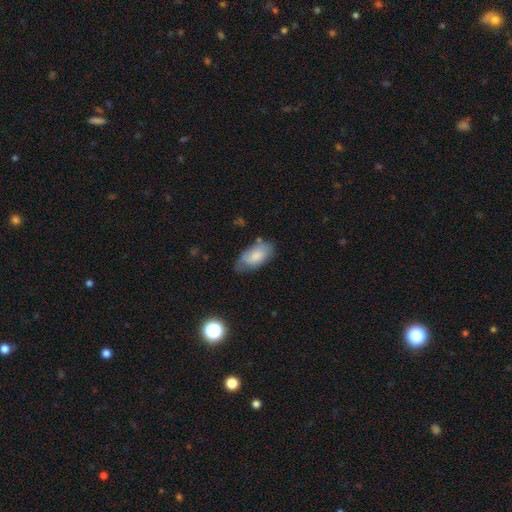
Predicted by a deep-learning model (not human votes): A smooth galaxy with no disk features (75%) that is in between round and cigar-shaped (93%). Merging: none (59%).